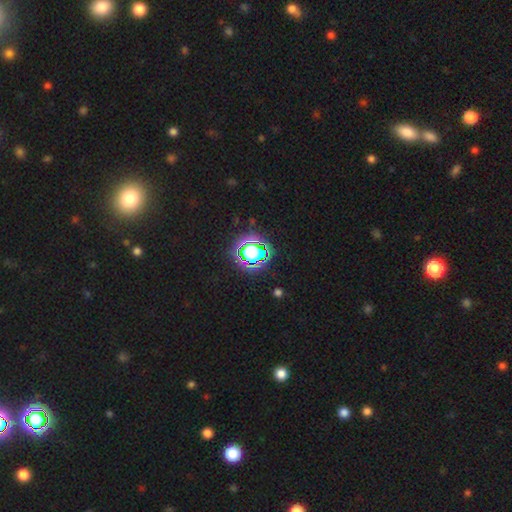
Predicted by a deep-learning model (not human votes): The model was most divided on "smooth or featured": star or artifact: 61%, smooth: 27%, featured or disk: 12%.